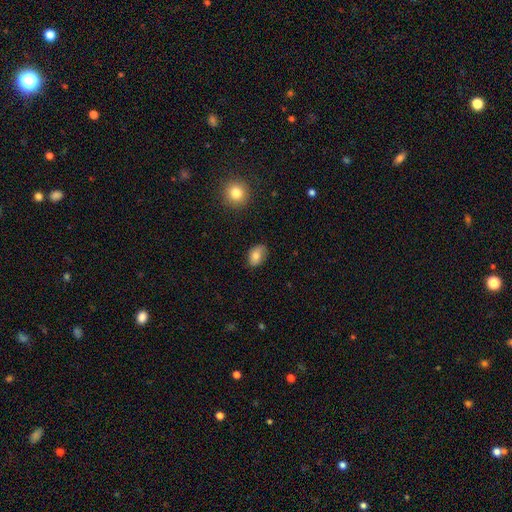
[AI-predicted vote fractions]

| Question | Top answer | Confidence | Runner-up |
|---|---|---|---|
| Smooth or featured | smooth | 78% | featured or disk (14%) |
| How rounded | in between | 85% | round (13%) |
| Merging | none | 77% | minor disturbance (18%) |